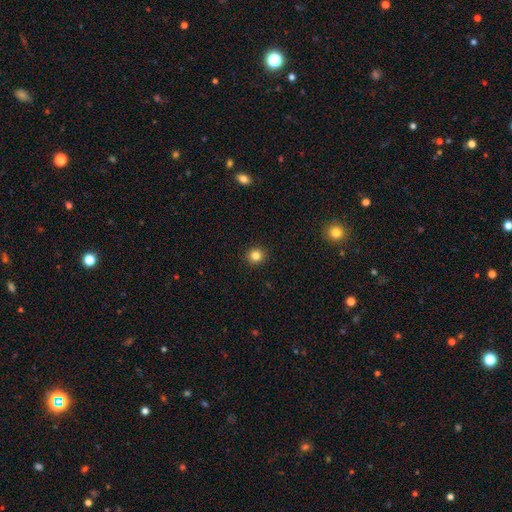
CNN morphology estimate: Smooth or featured: smooth — 83% (star or artifact — 12%)
How rounded: round — 93% (in between — 7%)
Merging: none — 93% (minor disturbance — 5%)